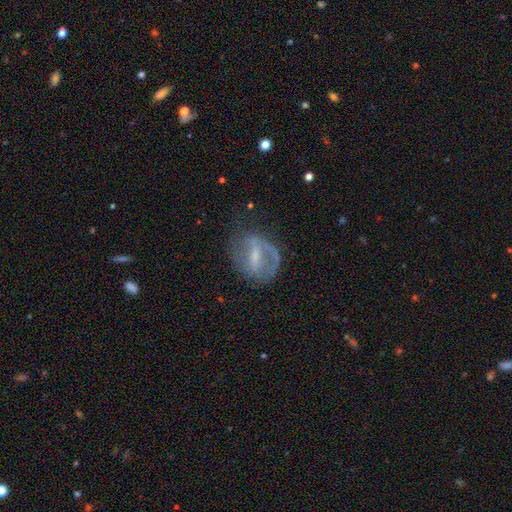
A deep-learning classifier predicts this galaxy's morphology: type=featured or disk (65%); edge-on=no (93%); bar=weak (43%); spiral arms=yes (60%); bulge=small (41%); merging=none (51%).